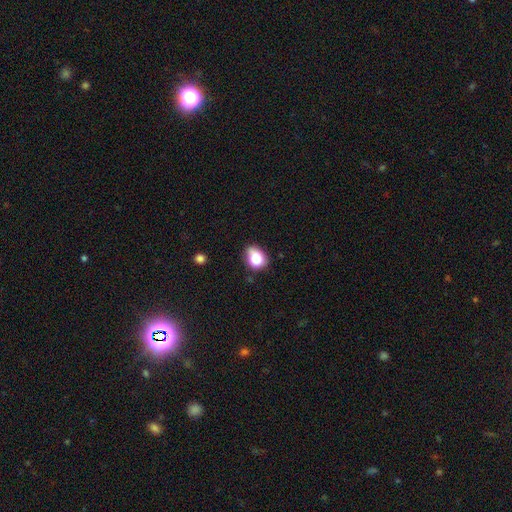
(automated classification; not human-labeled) This appears to be a smooth galaxy with no disk features (76%) that is in between round and cigar-shaped (54%). Merging: none (55%).